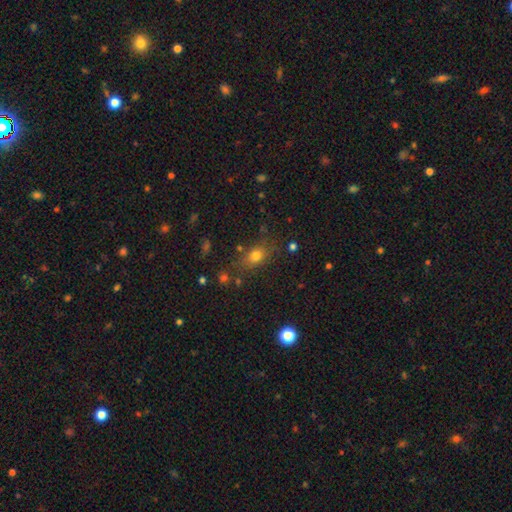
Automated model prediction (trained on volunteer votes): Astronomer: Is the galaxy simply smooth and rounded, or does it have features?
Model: smooth — 74%.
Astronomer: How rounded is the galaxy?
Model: in between — 60% (runner-up: round, 36%).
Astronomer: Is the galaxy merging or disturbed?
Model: none — 73%.